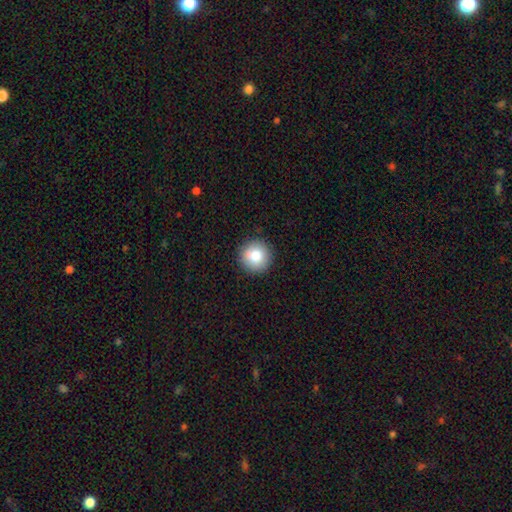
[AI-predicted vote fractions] Smooth or featured?
  - smooth: 83% *
  - star or artifact: 9%
  - featured or disk: 8%
How rounded?
  - round: 95% *
  - in between: 4%
  - cigar-shaped: 1%
Merging?
  - none: 91% *
  - minor disturbance: 6%
  - major disturbance: 2%
  - merger: 1%